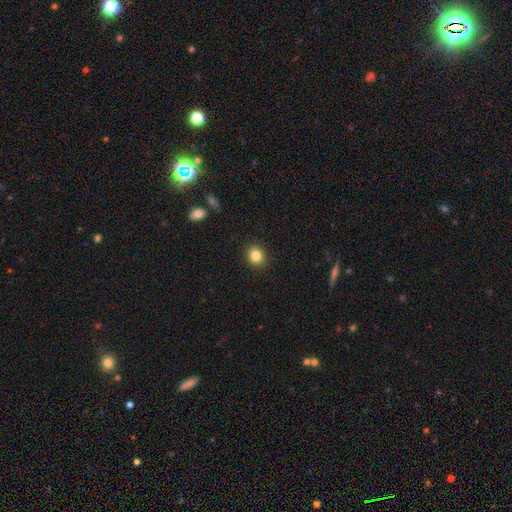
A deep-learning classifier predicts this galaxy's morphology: Smooth or featured? smooth (83%)
How rounded? round (79%)
Merging? none (91%)